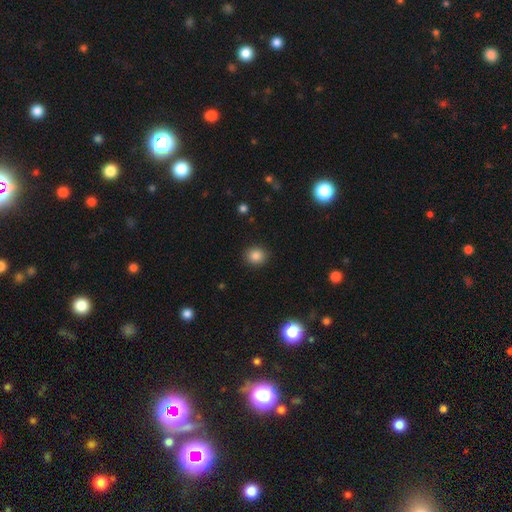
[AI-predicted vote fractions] The model was most divided on "how rounded": round: 77%, in between: 22%, cigar-shaped: 1%. More confident: merging — none (90%); smooth or featured — smooth (85%).